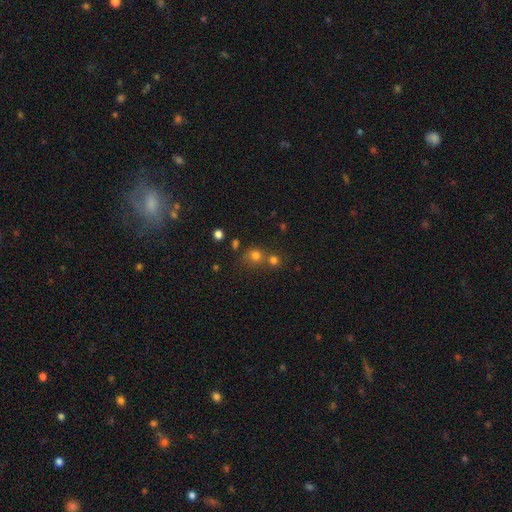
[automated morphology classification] The model was most divided on "merging": none: 48%, merger: 40%, minor disturbance: 8%, major disturbance: 4%. More confident: how rounded — round (81%); smooth or featured — smooth (69%).